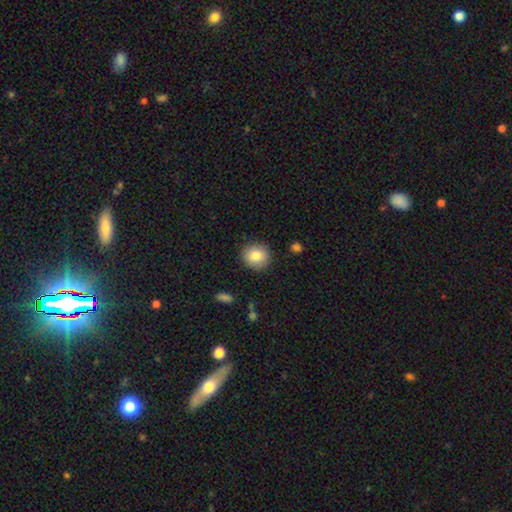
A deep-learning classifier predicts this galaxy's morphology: A smooth galaxy with no disk features (82%) that is round (88%).

Vote fractions:
- Smooth or featured? smooth: 82% / featured or disk: 9% / star or artifact: 9%
- How rounded? round: 88% / in between: 11% / cigar-shaped: 1%
- Merging? none: 89% / minor disturbance: 7% / major disturbance: 2% / merger: 1%